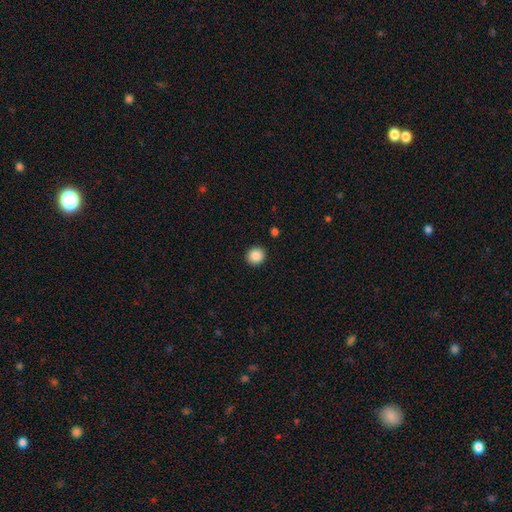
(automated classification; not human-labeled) A smooth galaxy with no disk features (88%) that is round (90%). Merging: none (92%).